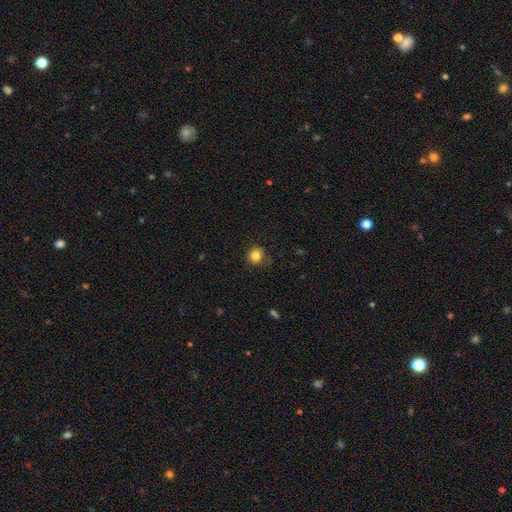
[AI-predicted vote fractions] Smooth or featured? Predicted: smooth (p=0.84). How rounded? Predicted: round (p=0.89). Merging? Predicted: none (p=0.84).